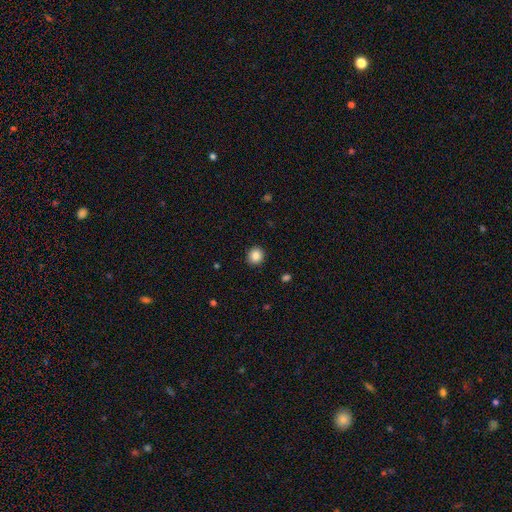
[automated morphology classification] A smooth galaxy with no disk features (86%) that is round (89%). Merging: none (92%).